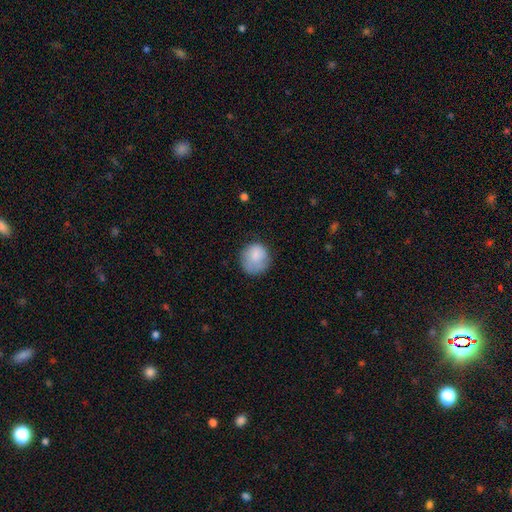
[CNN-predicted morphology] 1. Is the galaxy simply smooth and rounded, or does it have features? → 81% smooth, 11% featured or disk, 7% star or artifact.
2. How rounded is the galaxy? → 83% round, 16% in between, 1% cigar-shaped.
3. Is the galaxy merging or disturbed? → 63% none, 25% minor disturbance, 11% major disturbance, 2% merger.